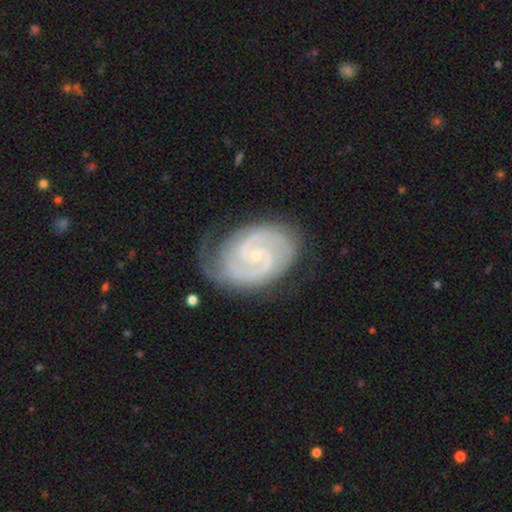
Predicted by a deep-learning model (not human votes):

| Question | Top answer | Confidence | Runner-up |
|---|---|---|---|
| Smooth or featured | featured or disk | 91% | star or artifact (5%) |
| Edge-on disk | no | 98% | yes (2%) |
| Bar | no | 56% | weak (35%) |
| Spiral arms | yes | 98% | no (2%) |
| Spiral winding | tight | 64% | medium (32%) |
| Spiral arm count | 2 | 79% | 3 (10%) |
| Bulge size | small | 80% | moderate (14%) |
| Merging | none | 73% | minor disturbance (20%) |